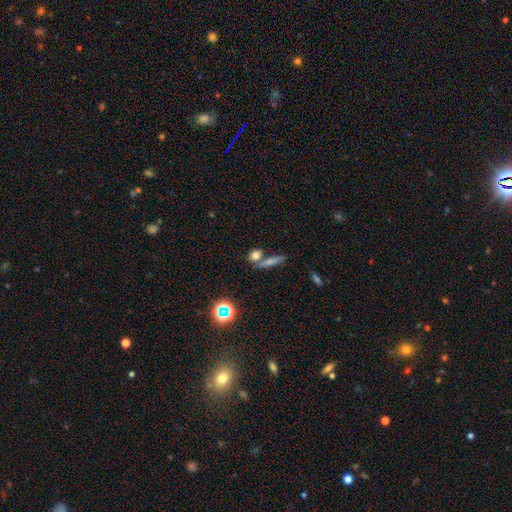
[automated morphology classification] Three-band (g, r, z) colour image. It shows a smooth galaxy with no disk features (74%) that is round (46%). Merging: none (58%).